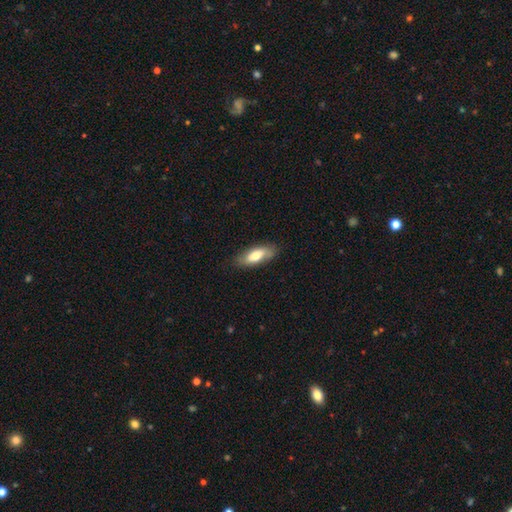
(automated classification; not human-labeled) The model was most divided on "smooth or featured": smooth: 69%, featured or disk: 25%, star or artifact: 6%. More confident: merging — none (80%); how rounded — in between (74%).